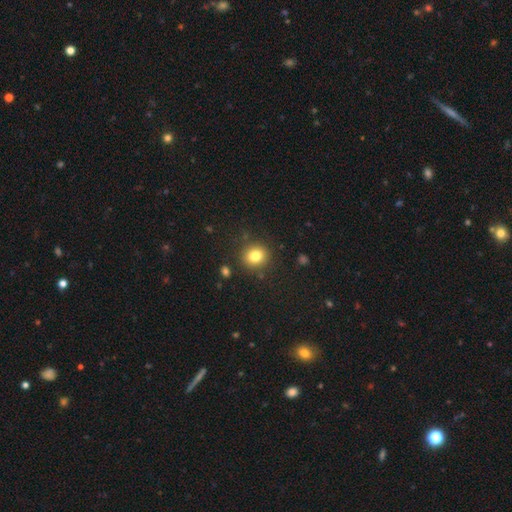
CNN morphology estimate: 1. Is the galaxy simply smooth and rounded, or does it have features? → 80% smooth, 12% star or artifact, 8% featured or disk.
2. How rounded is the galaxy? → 81% round, 18% in between, 1% cigar-shaped.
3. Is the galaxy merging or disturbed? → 86% none, 8% minor disturbance, 3% major disturbance, 3% merger.